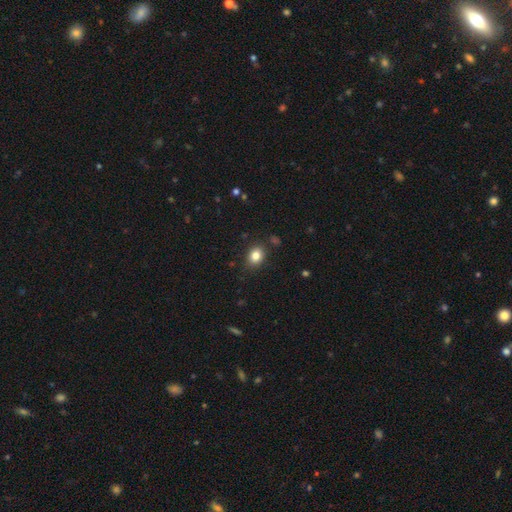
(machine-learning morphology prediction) A smooth galaxy with no disk features (83%) that is in between round and cigar-shaped (52%). Merging: none (85%).